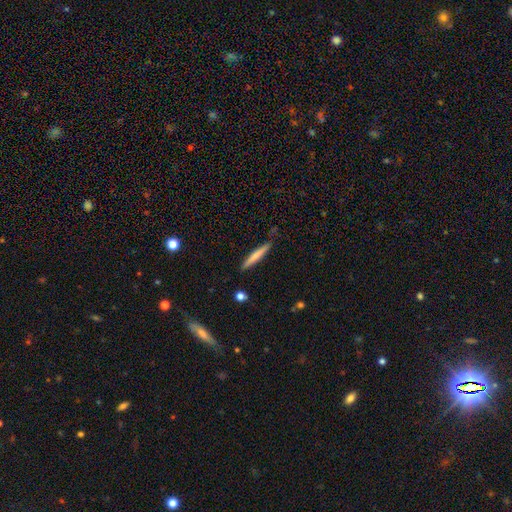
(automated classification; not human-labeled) A smooth galaxy with no disk features (62%) that is cigar-shaped (95%).

Vote fractions:
- Smooth or featured? smooth: 62% / featured or disk: 32% / star or artifact: 6%
- How rounded? cigar-shaped: 95% / in between: 4% / round: 1%
- Merging? none: 85% / minor disturbance: 11% / major disturbance: 2% / merger: 2%